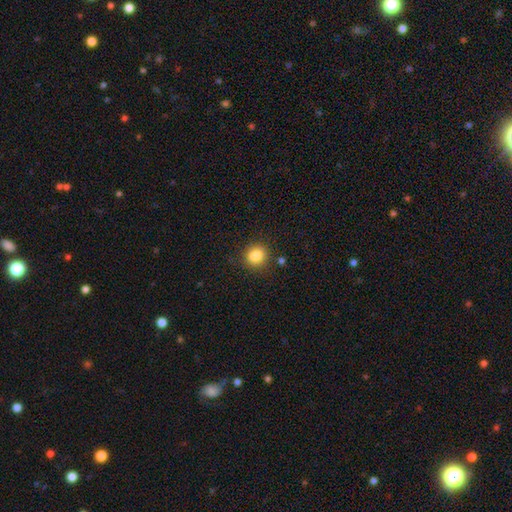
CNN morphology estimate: type=smooth (85%); roundness=round (78%); merging=none (80%).